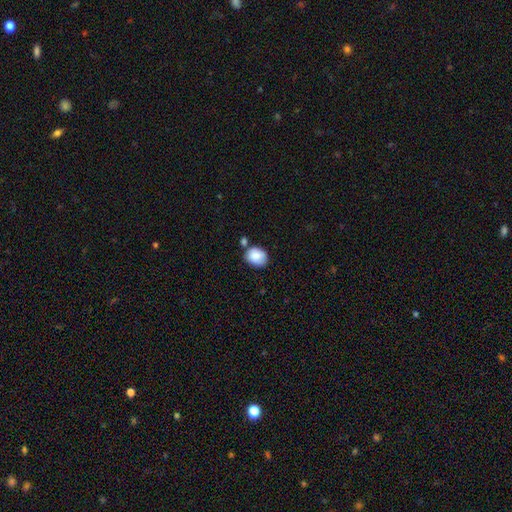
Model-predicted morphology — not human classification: Smooth or featured: smooth — 86% (star or artifact — 7%)
How rounded: in between — 53% (round — 46%)
Merging: none — 60% (minor disturbance — 20%)